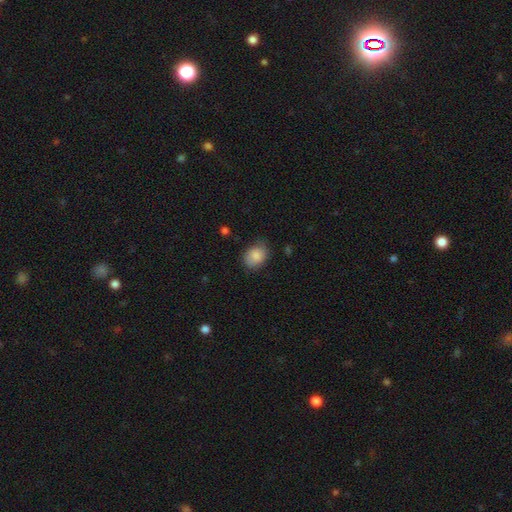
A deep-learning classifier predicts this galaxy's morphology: Smooth or featured: smooth — 86% (star or artifact — 8%)
How rounded: in between — 63% (round — 36%)
Merging: none — 69% (minor disturbance — 24%)